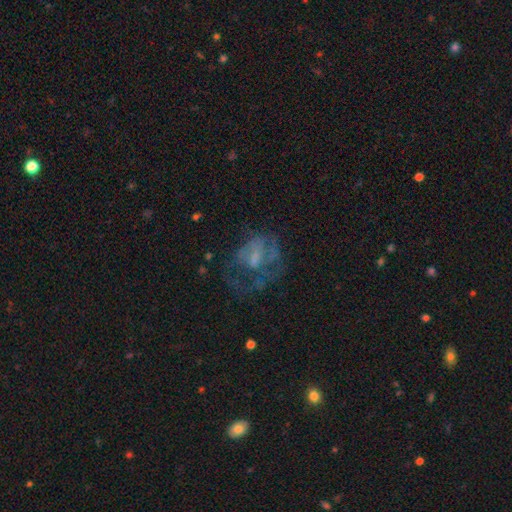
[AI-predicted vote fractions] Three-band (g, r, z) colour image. It shows a featured or disk galaxy (55%) with no bar (63%), no spiral arms (64%) and no central bulge (42%). Merging: major disturbance (45%).